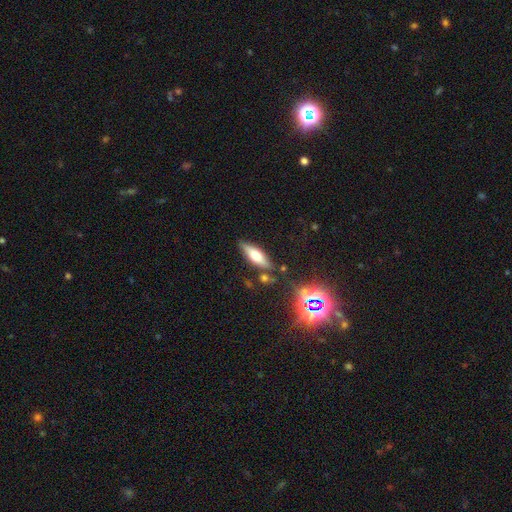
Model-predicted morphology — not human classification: Overall: smooth (56%; featured or disk 33%). How rounded: in between (55%; cigar-shaped 42%). Merging: none (79%).